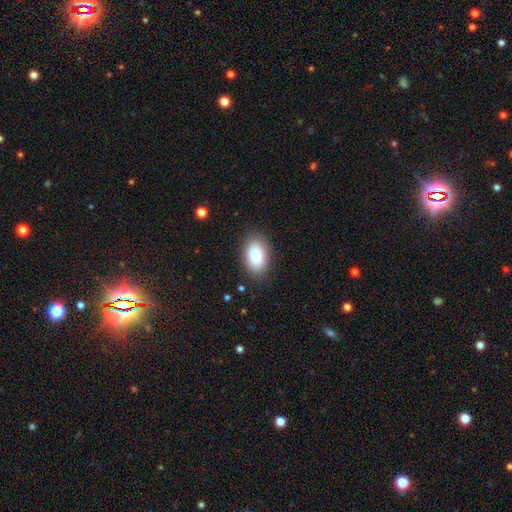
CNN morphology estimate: smooth 87%, star or artifact 7%, featured or disk 6%. Down the decision tree: how rounded — in between (91%); merging — none (85%).